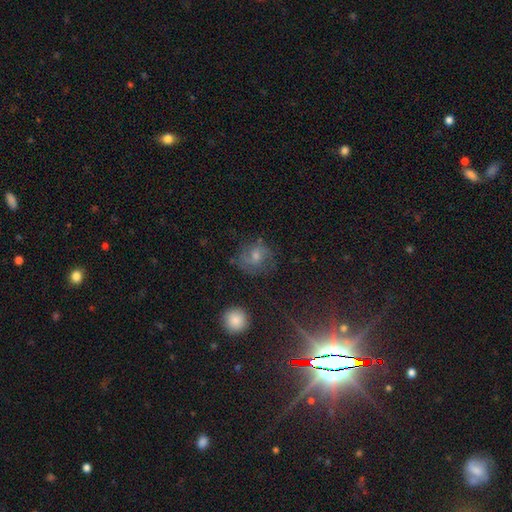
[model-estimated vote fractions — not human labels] smooth_or_featured: featured or disk (p=0.41) [alt: star or artifact p=0.31]
merging: none (p=0.71) [alt: minor disturbance p=0.17]